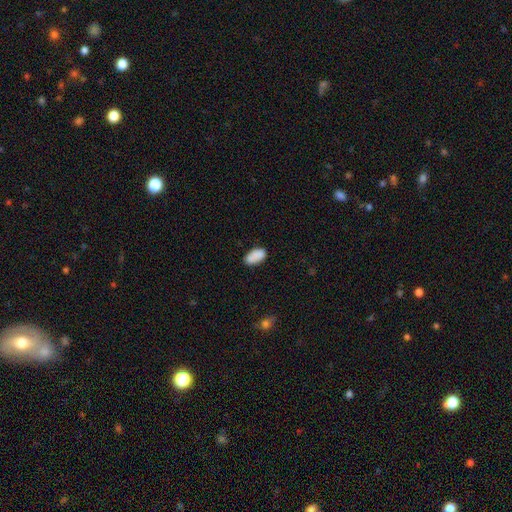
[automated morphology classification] A smooth galaxy with no disk features (85%) that is in between round and cigar-shaped (93%).

Vote fractions:
- Smooth or featured? smooth: 85% / star or artifact: 7% / featured or disk: 7%
- How rounded? in between: 93% / round: 4% / cigar-shaped: 3%
- Merging? none: 73% / minor disturbance: 18% / merger: 5% / major disturbance: 4%